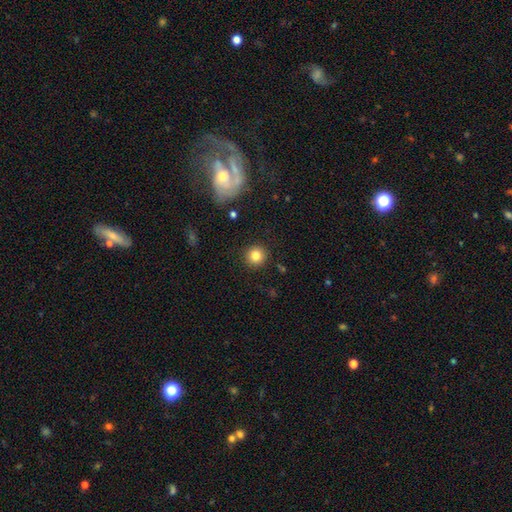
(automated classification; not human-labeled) smooth-or-featured: smooth: 83% | star or artifact: 11% | featured or disk: 7%
  how-rounded: round: 93% | in between: 6% | cigar-shaped: 1%
  merging: none: 90% | minor disturbance: 6% | major disturbance: 2% | merger: 1%